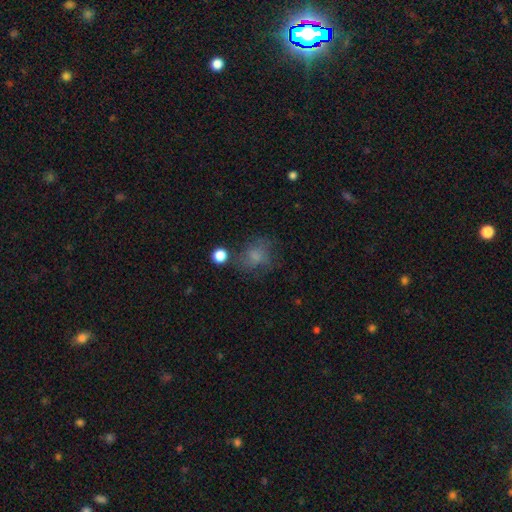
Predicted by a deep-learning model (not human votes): Smooth or featured? smooth (65%)
How rounded? round (60%)
Merging? none (52%)